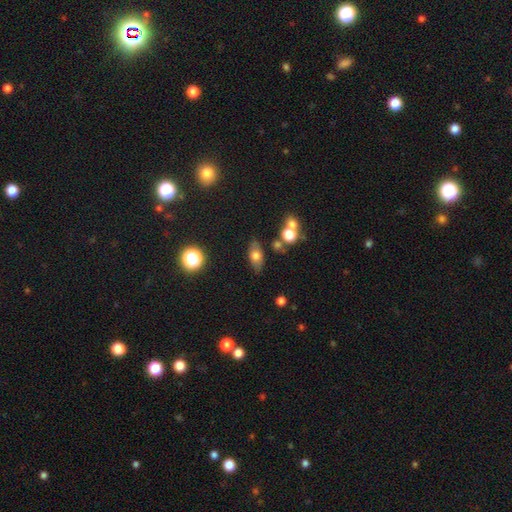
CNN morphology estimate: smooth-or-featured: smooth: 66% | featured or disk: 24% | star or artifact: 11%
  how-rounded: in between: 78% | cigar-shaped: 11% | round: 10%
  merging: none: 76% | minor disturbance: 14% | merger: 6% | major disturbance: 4%